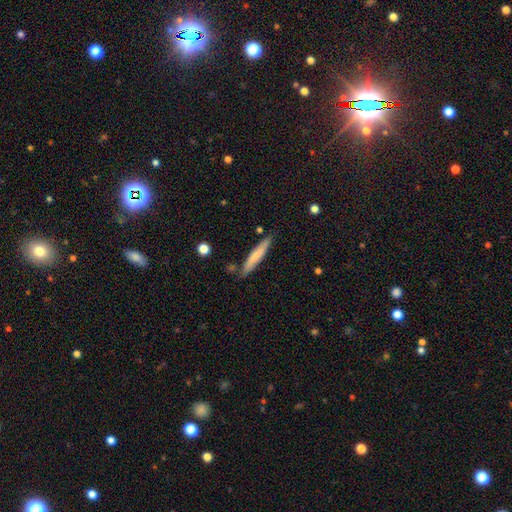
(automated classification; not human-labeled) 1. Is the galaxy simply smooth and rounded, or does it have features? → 69% smooth, 26% featured or disk, 6% star or artifact.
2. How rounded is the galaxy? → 92% cigar-shaped, 7% in between, 1% round.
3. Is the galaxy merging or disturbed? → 82% none, 13% minor disturbance, 3% merger, 2% major disturbance.